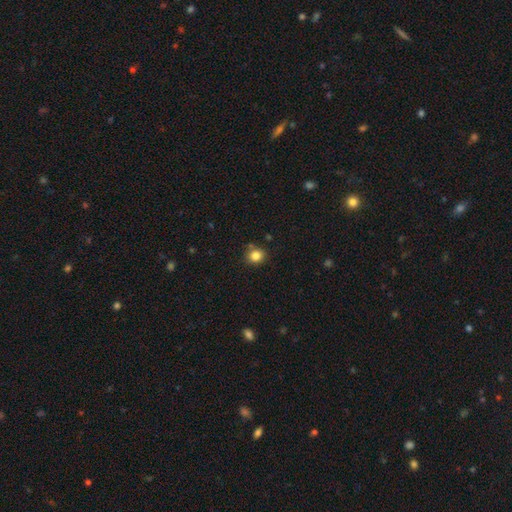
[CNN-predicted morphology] The model was most divided on "how rounded": round: 82%, in between: 17%, cigar-shaped: 1%. More confident: smooth or featured — smooth (83%); merging — none (81%).